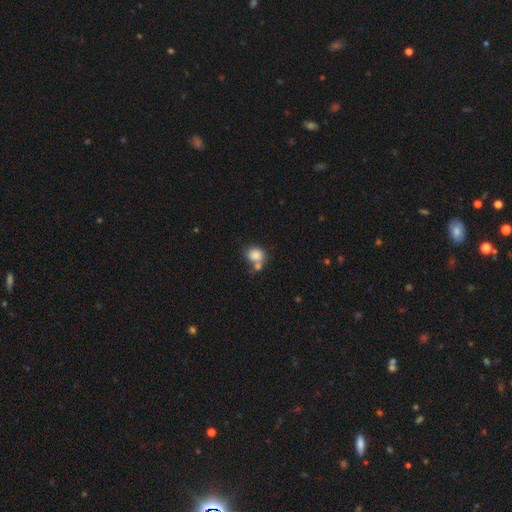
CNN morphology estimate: This appears to be a smooth galaxy with no disk features (84%) that is round (68%). Merging: none (48%).